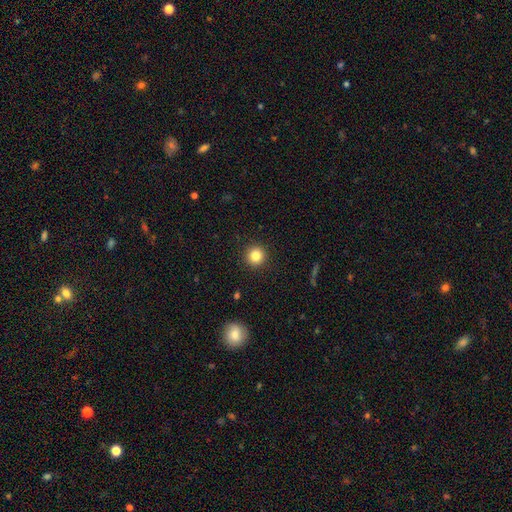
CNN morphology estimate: Smooth or featured?
  - smooth: 83% *
  - star or artifact: 11%
  - featured or disk: 6%
How rounded?
  - round: 95% *
  - in between: 4%
  - cigar-shaped: 1%
Merging?
  - none: 92% *
  - minor disturbance: 5%
  - major disturbance: 2%
  - merger: 1%